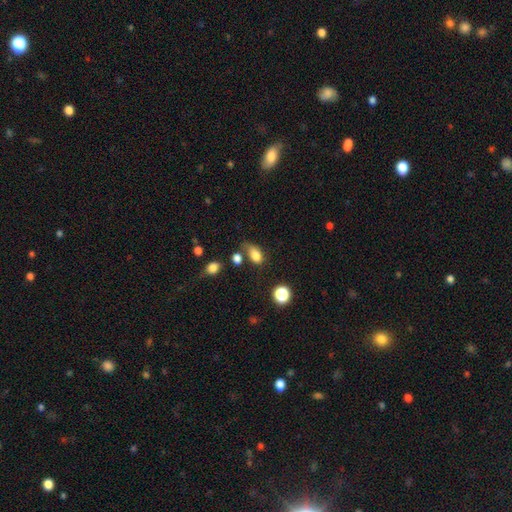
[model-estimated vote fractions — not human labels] Smooth or featured: smooth — 81% (star or artifact — 11%)
How rounded: in between — 83% (round — 14%)
Merging: none — 46% (minor disturbance — 30%)